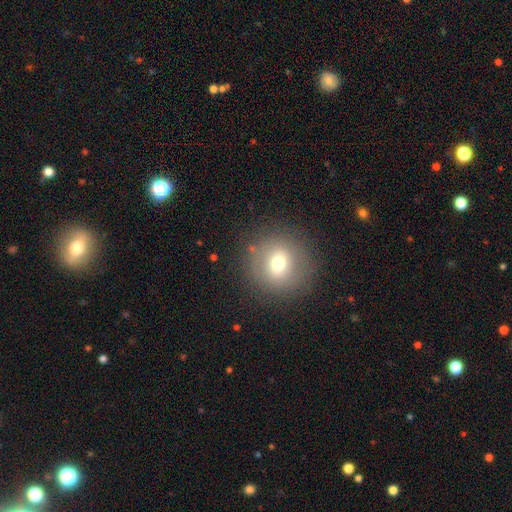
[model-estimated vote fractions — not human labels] Overall: smooth (63%). How rounded: round (91%). Merging: none (89%).